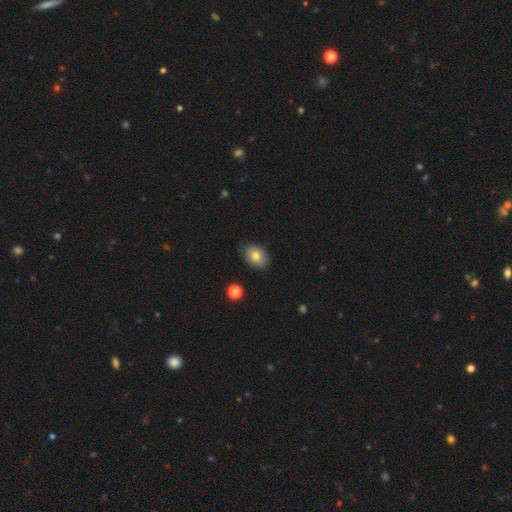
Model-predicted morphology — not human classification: A smooth galaxy with no disk features (81%) that is in between round and cigar-shaped (73%). Merging: none (84%).